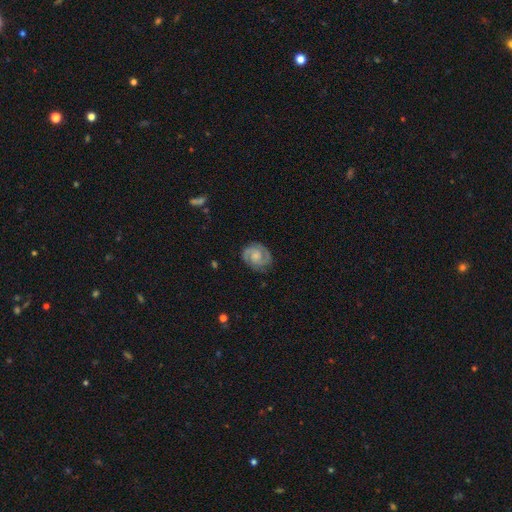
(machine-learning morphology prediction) type=featured or disk (82%); edge-on=no (98%); bar=no (60%); spiral arms=yes (97%); winding=tight (53%); arm count=2 (85%); bulge=small (34%); merging=none (81%).